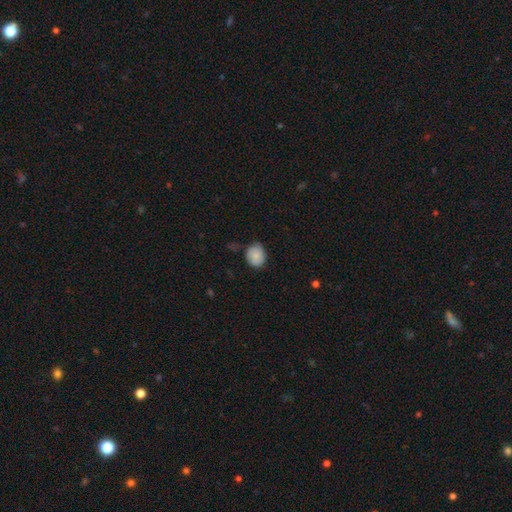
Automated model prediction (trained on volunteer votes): The model was most divided on "how rounded": round: 57%, in between: 42%, cigar-shaped: 1%. More confident: smooth or featured — smooth (83%); merging — none (67%).